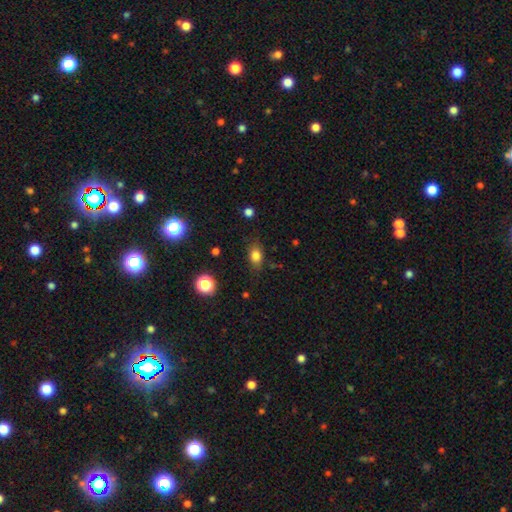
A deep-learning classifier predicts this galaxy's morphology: This is clearly a smooth galaxy (80%). How rounded: likely in between (73%). Merging: likely none (78%).